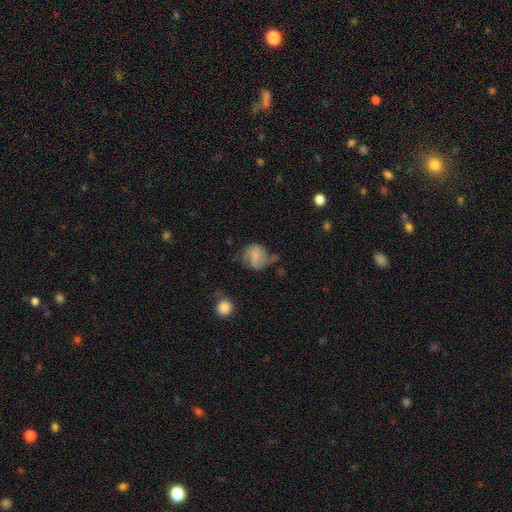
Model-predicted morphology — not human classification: A smooth galaxy with no disk features (47%).

Vote fractions:
- Smooth or featured? smooth: 47% / featured or disk: 43% / star or artifact: 10%
- Merging? none: 46% / minor disturbance: 28% / major disturbance: 20% / merger: 6%